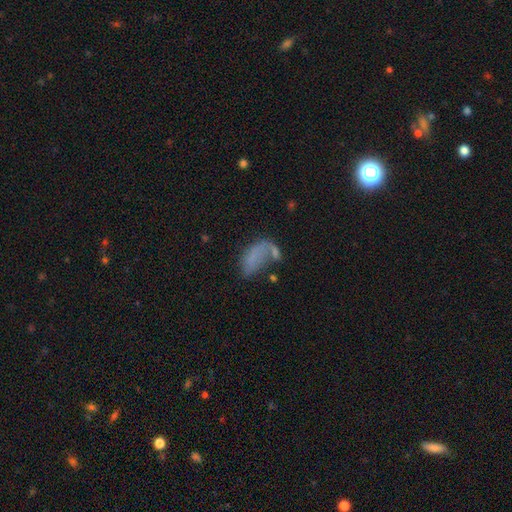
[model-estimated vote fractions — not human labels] Smooth or featured?
  - smooth: 60% *
  - featured or disk: 27%
  - star or artifact: 14%
How rounded?
  - in between: 89% *
  - cigar-shaped: 6%
  - round: 5%
Merging?
  - major disturbance: 33% *
  - none: 29%
  - minor disturbance: 20%
  - merger: 18%